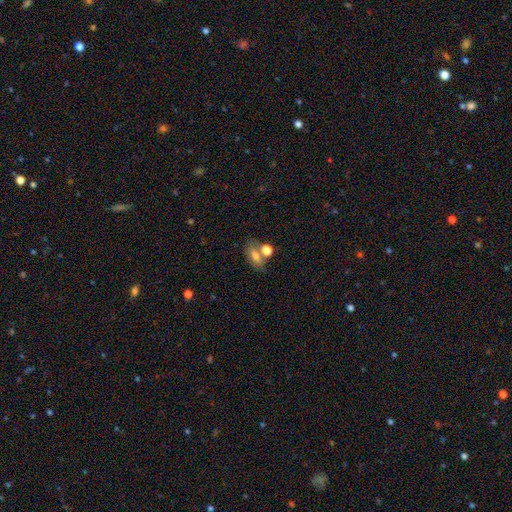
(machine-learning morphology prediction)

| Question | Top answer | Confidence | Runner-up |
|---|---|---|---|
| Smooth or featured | smooth | 68% | featured or disk (20%) |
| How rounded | in between | 81% | round (13%) |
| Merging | none | 50% | merger (30%) |